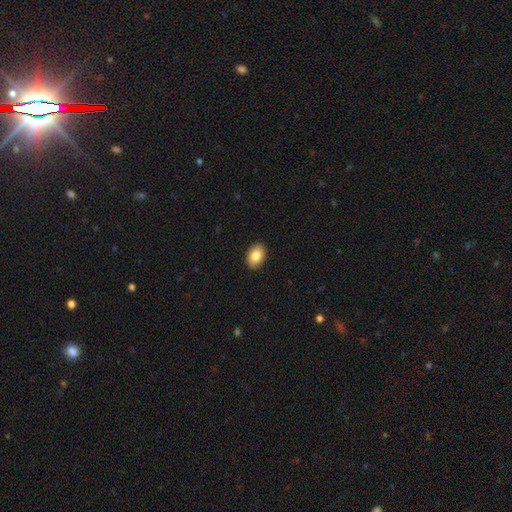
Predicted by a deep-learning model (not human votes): Morphology: type=smooth (85%); roundness=in between (83%); merging=none (91%).